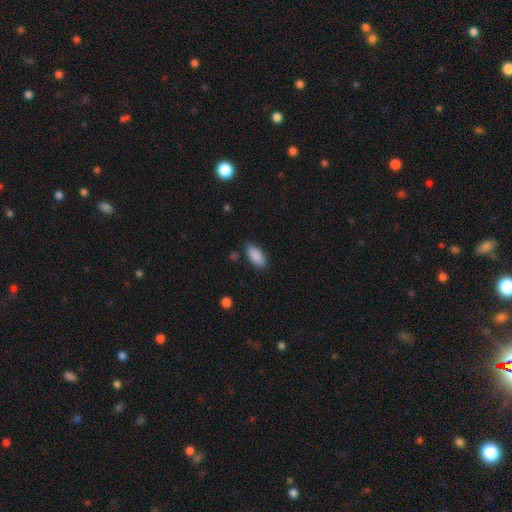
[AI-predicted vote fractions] Smooth or featured: smooth — 89% (star or artifact — 7%)
How rounded: in between — 88% (cigar-shaped — 10%)
Merging: none — 83% (minor disturbance — 12%)